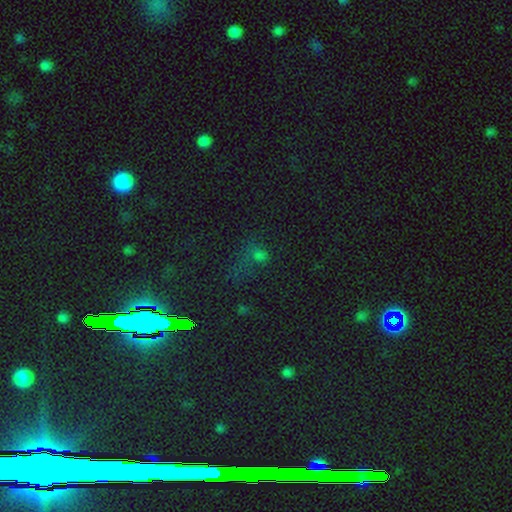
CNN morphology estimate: Smooth or featured?
  - star or artifact: 57% *
  - smooth: 34%
  - featured or disk: 9%